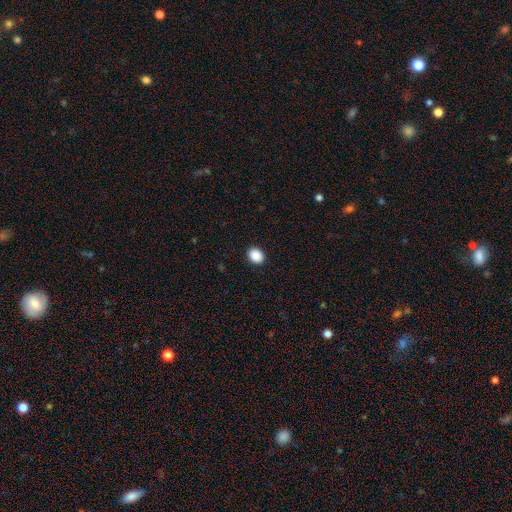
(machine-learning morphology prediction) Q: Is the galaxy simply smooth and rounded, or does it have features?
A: smooth — 89%.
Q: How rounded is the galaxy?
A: round — 58%.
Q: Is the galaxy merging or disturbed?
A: none — 92%.